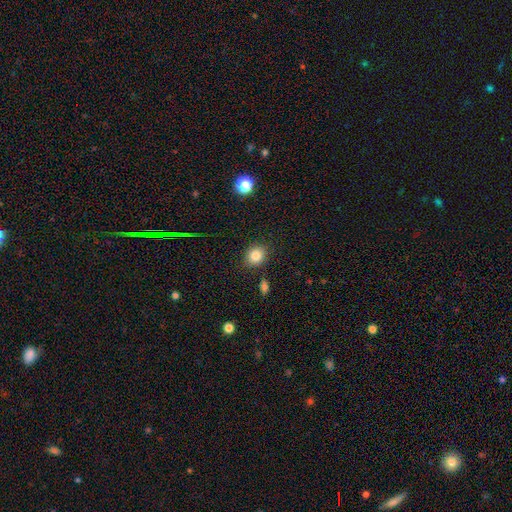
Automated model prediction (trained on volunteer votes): Q: Smooth or featured?
A: smooth (84%); runner-up: star or artifact (10%)
Q: How rounded?
A: round (70%); runner-up: in between (29%)
Q: Merging?
A: none (85%); runner-up: minor disturbance (9%)